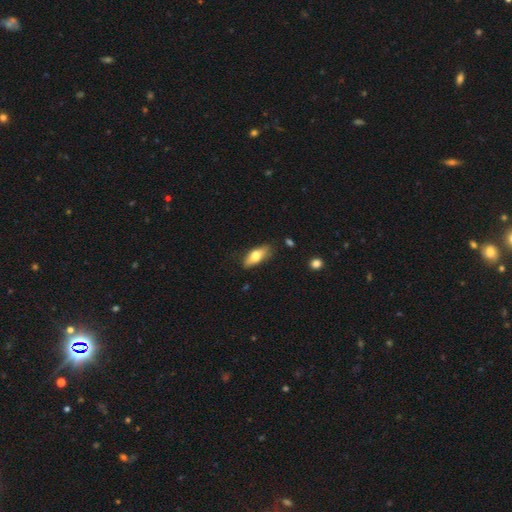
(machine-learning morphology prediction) A smooth galaxy with no disk features (70%) that is in between round and cigar-shaped (74%).

Vote fractions:
- Smooth or featured? smooth: 70% / featured or disk: 24% / star or artifact: 6%
- How rounded? in between: 74% / cigar-shaped: 23% / round: 3%
- Merging? none: 73% / minor disturbance: 20% / major disturbance: 4% / merger: 2%